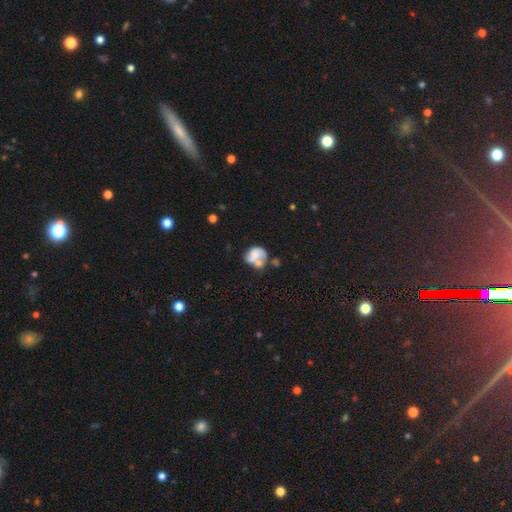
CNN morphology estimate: smooth_or_featured: smooth (p=0.48) [alt: featured or disk p=0.43]
merging: merger (p=0.40) [alt: none p=0.24]